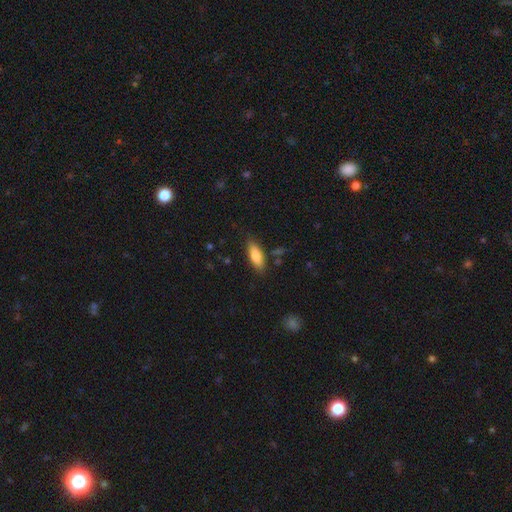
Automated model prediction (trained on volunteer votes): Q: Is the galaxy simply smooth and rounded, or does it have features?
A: smooth — 83%.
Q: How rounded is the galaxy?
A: in between — 71%.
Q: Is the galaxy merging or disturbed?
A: none — 81%.